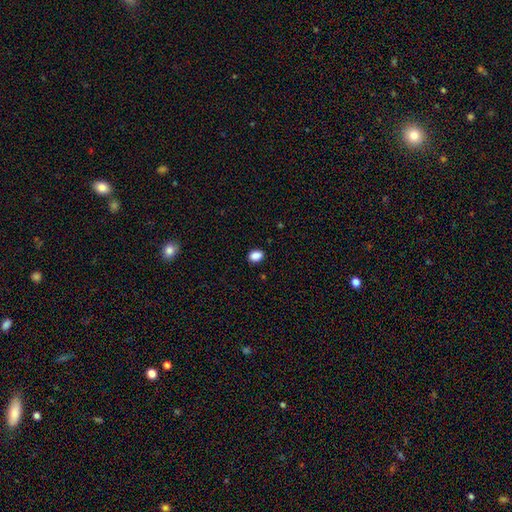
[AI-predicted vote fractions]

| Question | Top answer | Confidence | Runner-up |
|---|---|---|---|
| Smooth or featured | smooth | 88% | star or artifact (9%) |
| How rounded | in between | 68% | round (31%) |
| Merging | none | 89% | minor disturbance (8%) |